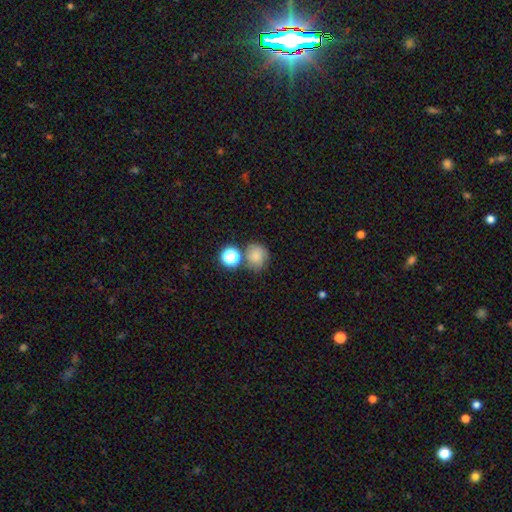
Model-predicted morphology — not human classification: Smooth or featured?
  - smooth: 75% *
  - star or artifact: 15%
  - featured or disk: 10%
How rounded?
  - round: 80% *
  - in between: 19%
  - cigar-shaped: 1%
Merging?
  - none: 61% *
  - merger: 17%
  - minor disturbance: 16%
  - major disturbance: 6%